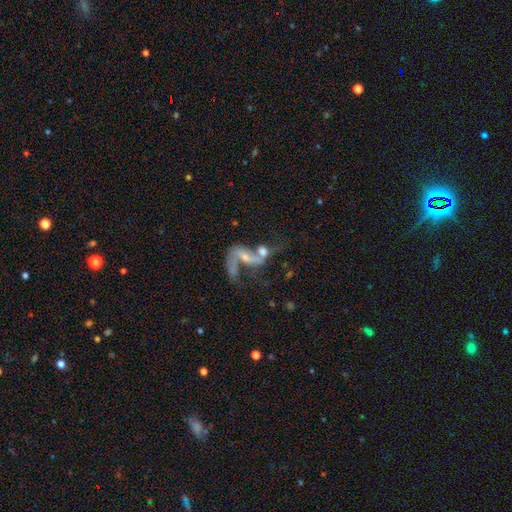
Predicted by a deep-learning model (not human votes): The model was most divided on "bulge size": small: 45%, moderate: 30%, none: 19%, large: 4%, dominant: 2%. More confident: edge-on disk — no (93%); smooth or featured — featured or disk (69%); spiral arms — yes (67%); merging — merger (53%); bar — no (53%).